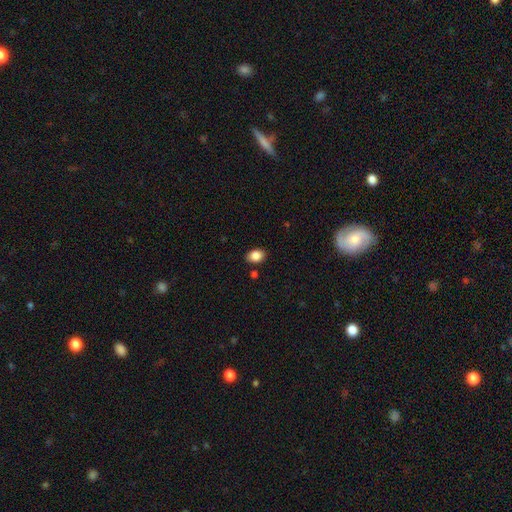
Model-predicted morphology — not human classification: Smooth or featured? Predicted: smooth (p=0.87). How rounded? Predicted: in between (p=0.74). Merging? Predicted: none (p=0.85).